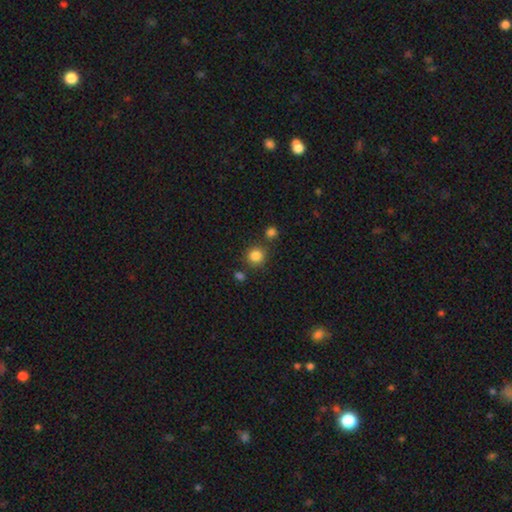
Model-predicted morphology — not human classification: This appears to be a smooth galaxy with no disk features (84%) that is round (91%). Merging: none (76%).